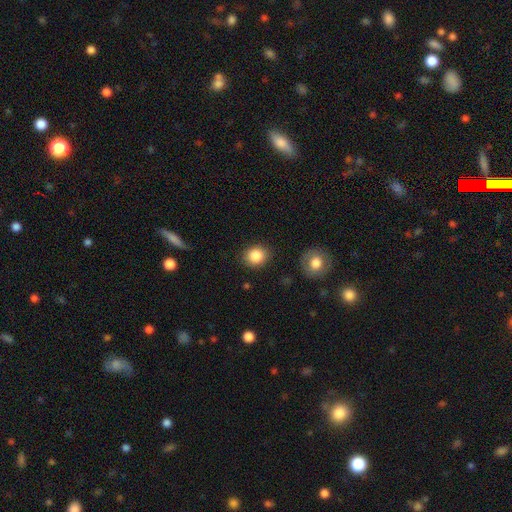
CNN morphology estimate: This is clearly a smooth galaxy (86%). How rounded: likely round (74%). Merging: clearly none (86%).